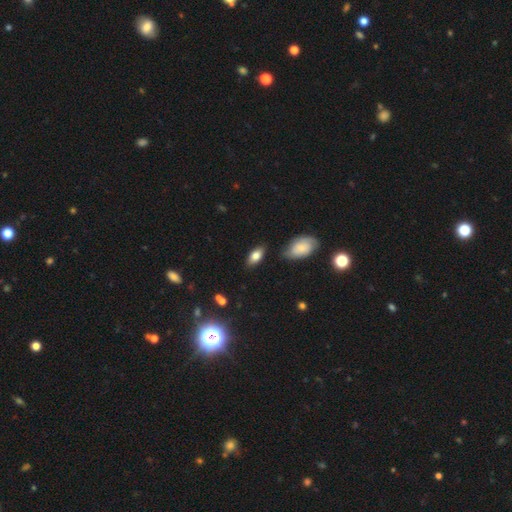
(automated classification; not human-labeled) Q: Smooth or featured?
A: smooth (77%); runner-up: featured or disk (14%)
Q: How rounded?
A: in between (91%); runner-up: cigar-shaped (5%)
Q: Merging?
A: none (80%); runner-up: minor disturbance (14%)